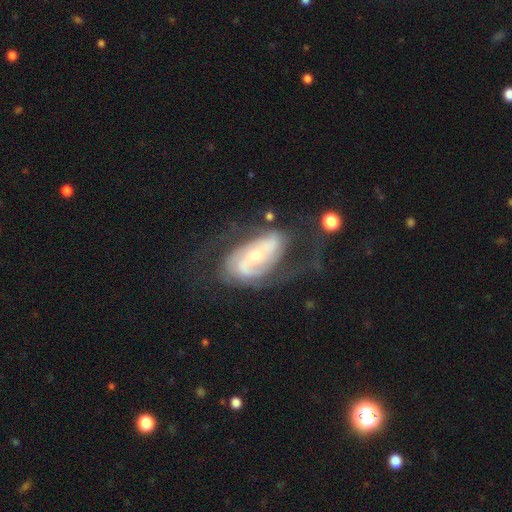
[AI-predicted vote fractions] Smooth or featured? featured or disk (82%)
Edge-on disk? no (94%)
Bar? no (47%)
Spiral arms? yes (89%)
Spiral winding? tight (41%)
Spiral arm count? 2 (62%)
Bulge size? small (54%)
Merging? none (50%)